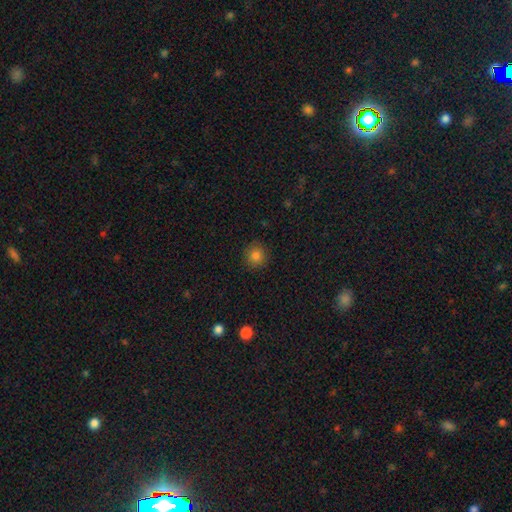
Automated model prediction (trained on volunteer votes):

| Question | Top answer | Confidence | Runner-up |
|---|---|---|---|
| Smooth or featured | smooth | 83% | star or artifact (12%) |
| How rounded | round | 90% | in between (9%) |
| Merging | none | 89% | minor disturbance (7%) |